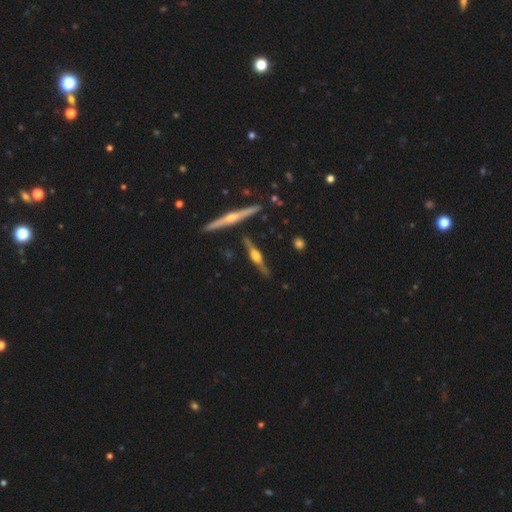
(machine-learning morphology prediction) Smooth or featured? featured or disk (81%)
Edge-on disk? yes (97%)
Edge-on bulge? rounded (93%)
Merging? none (83%)